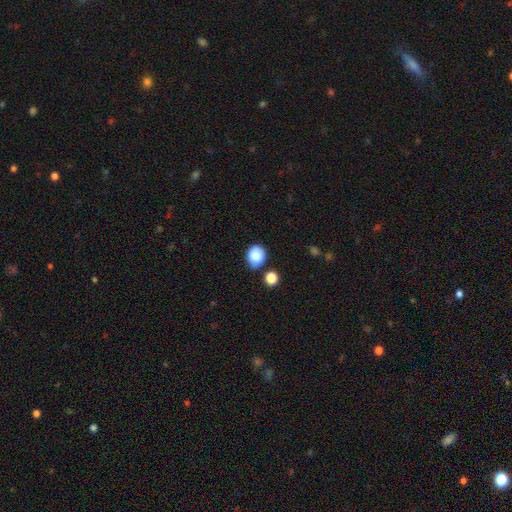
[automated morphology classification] Smooth or featured? smooth (86%)
How rounded? round (59%)
Merging? none (71%)